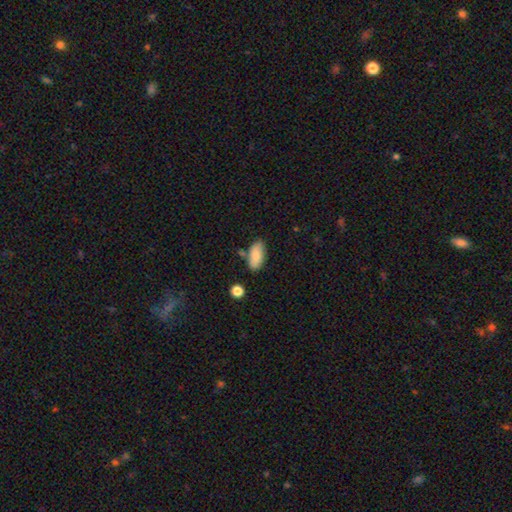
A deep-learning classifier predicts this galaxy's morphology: smooth_or_featured: smooth (p=0.83) [alt: featured or disk p=0.10]
how_rounded: in between (p=0.91) [alt: cigar-shaped p=0.06]
merging: none (p=0.74) [alt: minor disturbance p=0.16]